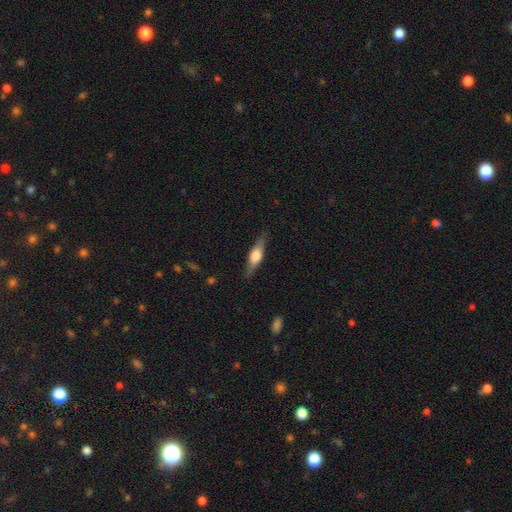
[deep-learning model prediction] Smooth or featured?
  - featured or disk: 59% *
  - smooth: 35%
  - star or artifact: 6%
Edge-on disk?
  - yes: 94% *
  - no: 6%
Edge-on bulge?
  - rounded: 88% *
  - boxy: 10%
  - none: 2%
Merging?
  - none: 84% *
  - minor disturbance: 12%
  - major disturbance: 3%
  - merger: 1%